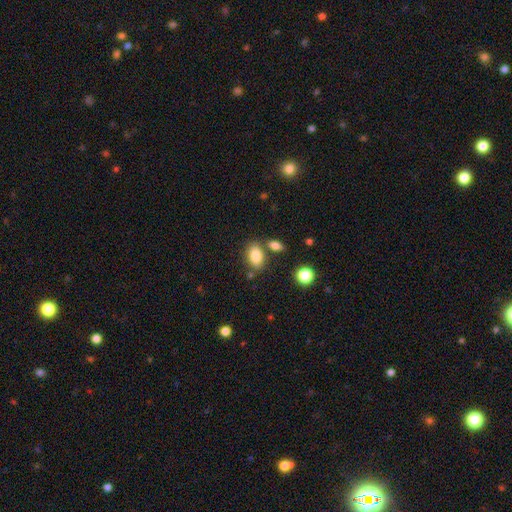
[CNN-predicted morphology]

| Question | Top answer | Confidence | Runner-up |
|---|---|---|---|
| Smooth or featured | smooth | 85% | star or artifact (8%) |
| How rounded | in between | 88% | round (10%) |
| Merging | none | 69% | merger (14%) |